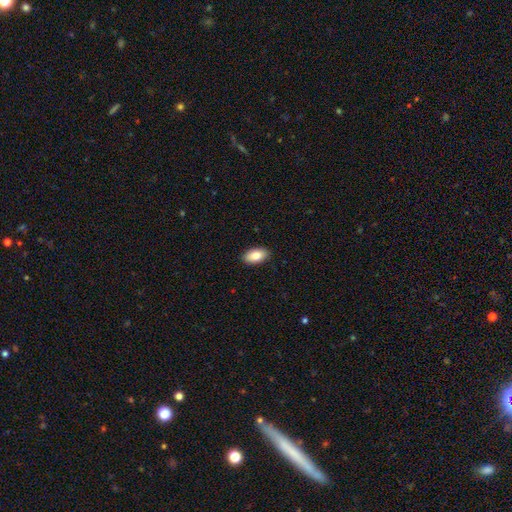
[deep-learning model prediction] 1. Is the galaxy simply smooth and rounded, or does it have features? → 85% smooth, 9% featured or disk, 7% star or artifact.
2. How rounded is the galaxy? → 94% in between, 4% round, 3% cigar-shaped.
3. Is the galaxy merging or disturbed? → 90% none, 7% minor disturbance, 2% major disturbance, 1% merger.